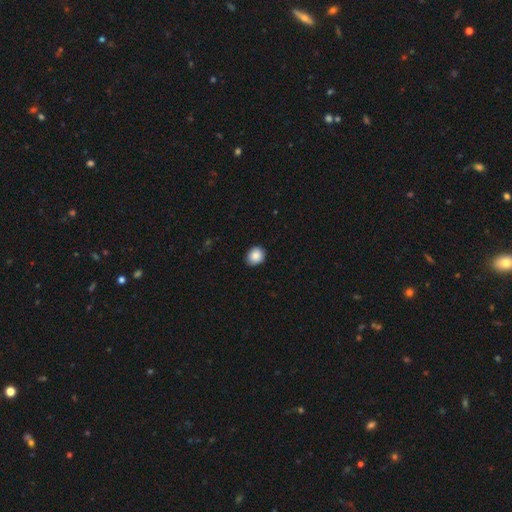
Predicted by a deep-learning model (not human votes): smooth_or_featured: smooth (p=0.87) [alt: star or artifact p=0.08]
how_rounded: round (p=0.65) [alt: in between p=0.34]
merging: none (p=0.88) [alt: minor disturbance p=0.09]